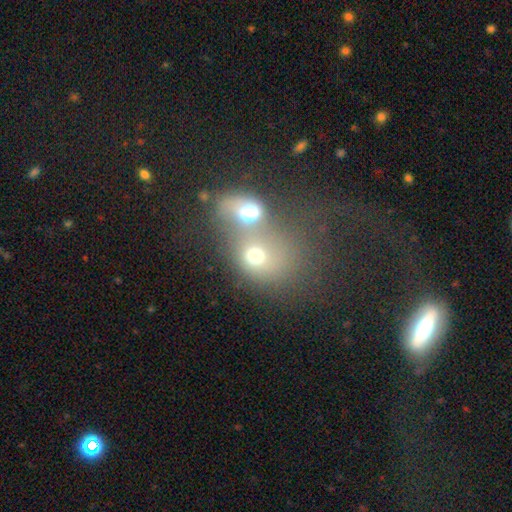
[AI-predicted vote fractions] Morphology: type=smooth (64%); roundness=round (57%); merging=merger (75%).